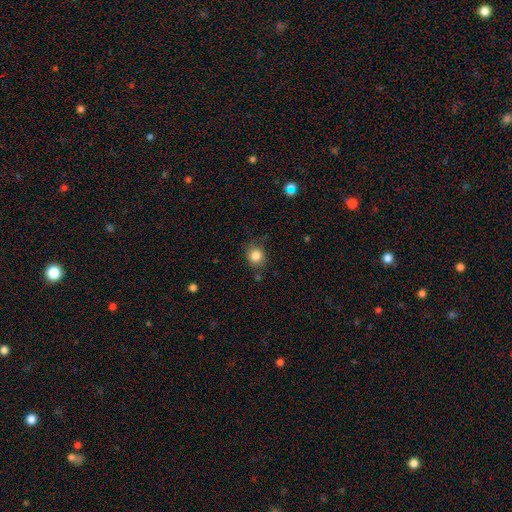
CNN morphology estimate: The model was most divided on "merging": none: 78%, minor disturbance: 15%, major disturbance: 4%, merger: 3%. More confident: smooth or featured — smooth (84%); how rounded — round (84%).